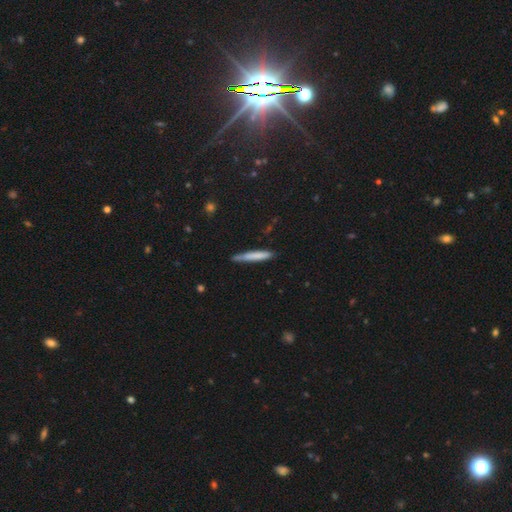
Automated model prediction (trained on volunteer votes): smooth_or_featured: smooth (p=0.71) [alt: featured or disk p=0.22]
how_rounded: cigar-shaped (p=0.95) [alt: in between p=0.04]
merging: none (p=0.79) [alt: minor disturbance p=0.16]